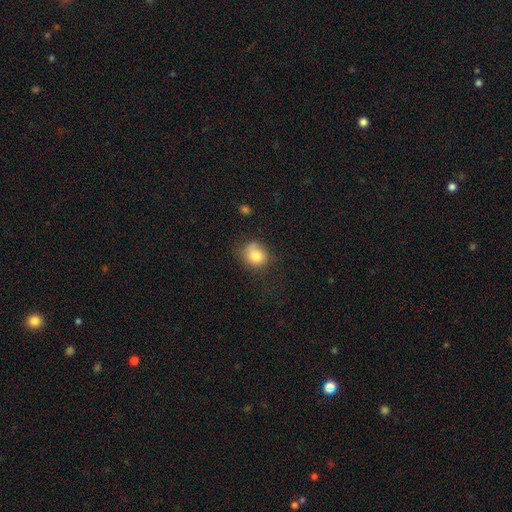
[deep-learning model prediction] Smooth or featured? Predicted: smooth (p=0.79). How rounded? Predicted: round (p=0.74). Merging? Predicted: none (p=0.61).